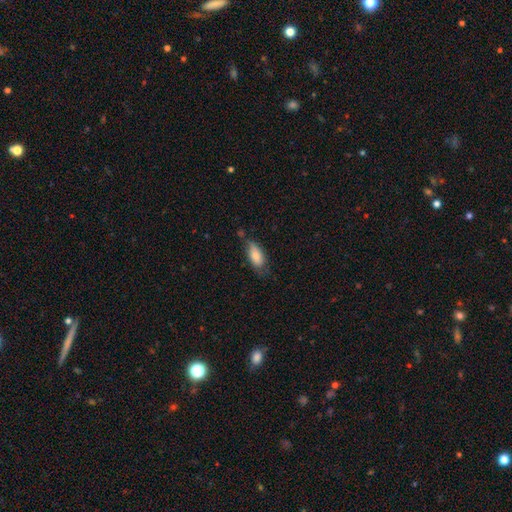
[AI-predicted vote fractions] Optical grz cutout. It shows a smooth galaxy with no disk features (79%) that is in between round and cigar-shaped (85%). Merging: none (50%).